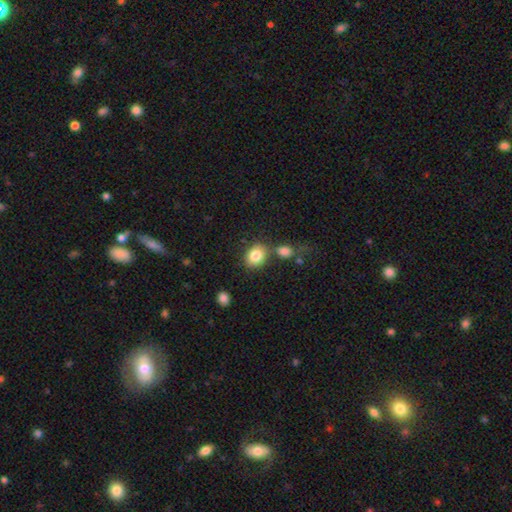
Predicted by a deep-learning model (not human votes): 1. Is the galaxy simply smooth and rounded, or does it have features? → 83% smooth, 9% star or artifact, 8% featured or disk.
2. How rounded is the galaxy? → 52% in between, 47% round, 1% cigar-shaped.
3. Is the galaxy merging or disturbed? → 67% none, 17% merger, 12% minor disturbance, 4% major disturbance.